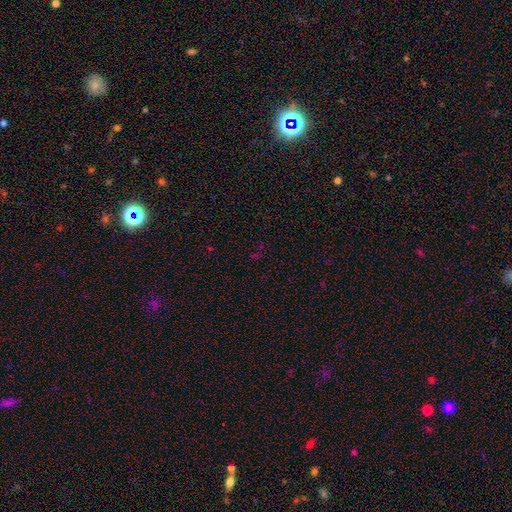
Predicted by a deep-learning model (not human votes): Smooth or featured?
  - star or artifact: 66% *
  - smooth: 26%
  - featured or disk: 8%